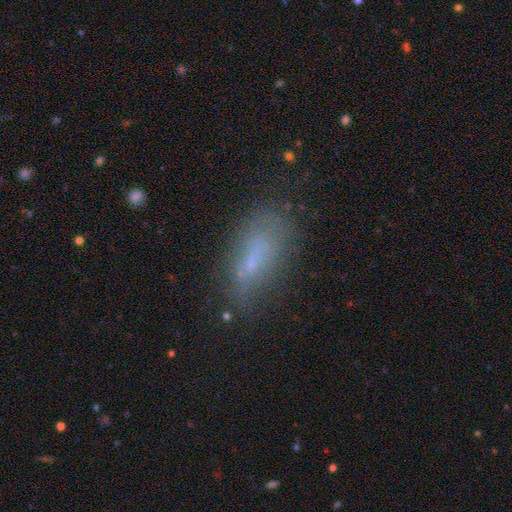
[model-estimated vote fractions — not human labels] The model was most divided on "smooth or featured": smooth: 57%, featured or disk: 28%, star or artifact: 15%. More confident: how rounded — in between (71%); merging — none (60%).